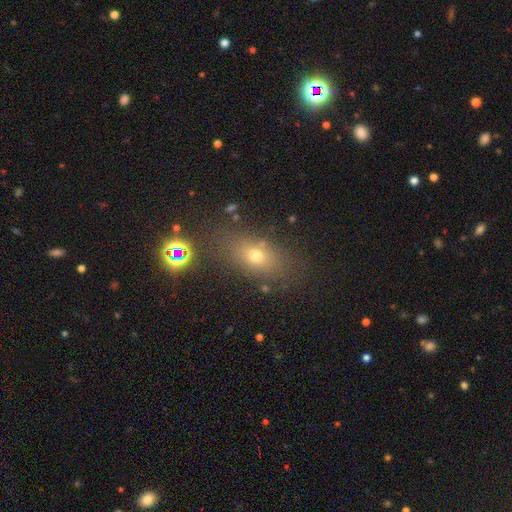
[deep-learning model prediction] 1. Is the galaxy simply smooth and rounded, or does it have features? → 64% smooth, 20% star or artifact, 16% featured or disk.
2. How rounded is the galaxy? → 71% in between, 24% round, 5% cigar-shaped.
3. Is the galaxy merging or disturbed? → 76% none, 12% minor disturbance, 6% major disturbance, 5% merger.